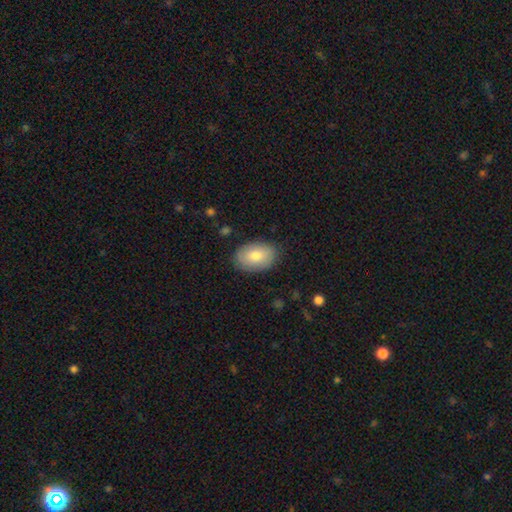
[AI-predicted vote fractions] This is likely a smooth galaxy (78%). How rounded: clearly in between (86%). Merging: clearly none (85%).